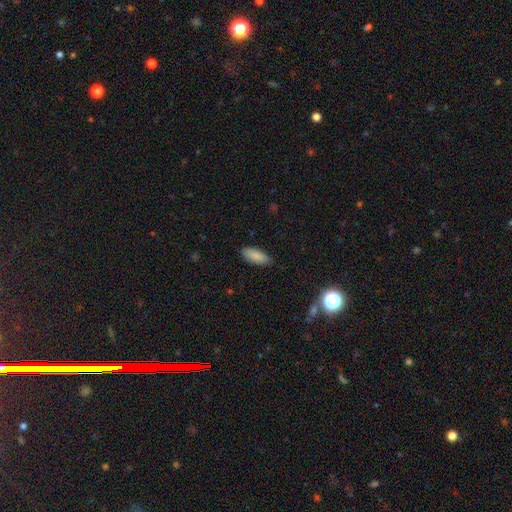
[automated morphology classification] Smooth or featured? smooth (86%)
How rounded? in between (79%)
Merging? none (84%)